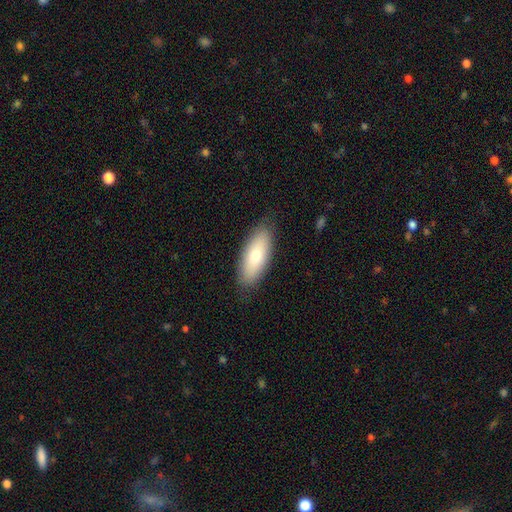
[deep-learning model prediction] Smooth or featured?
  - smooth: 73% *
  - featured or disk: 21%
  - star or artifact: 6%
How rounded?
  - in between: 76% *
  - cigar-shaped: 22%
  - round: 2%
Merging?
  - none: 85% *
  - minor disturbance: 11%
  - major disturbance: 3%
  - merger: 1%